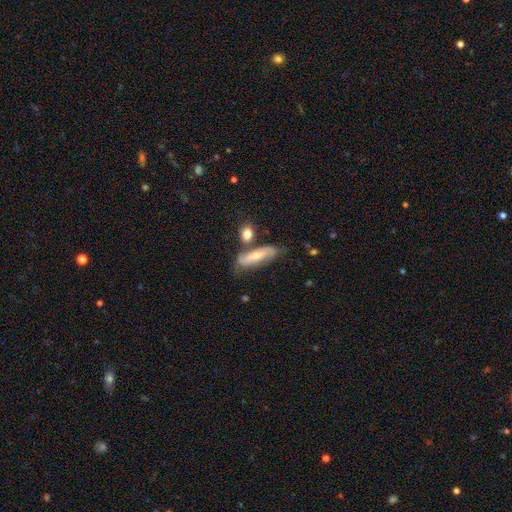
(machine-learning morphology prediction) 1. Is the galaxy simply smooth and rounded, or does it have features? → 53% smooth, 41% featured or disk, 7% star or artifact.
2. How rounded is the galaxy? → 49% cigar-shaped, 48% in between, 3% round.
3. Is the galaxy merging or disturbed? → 56% none, 20% minor disturbance, 17% merger, 7% major disturbance.